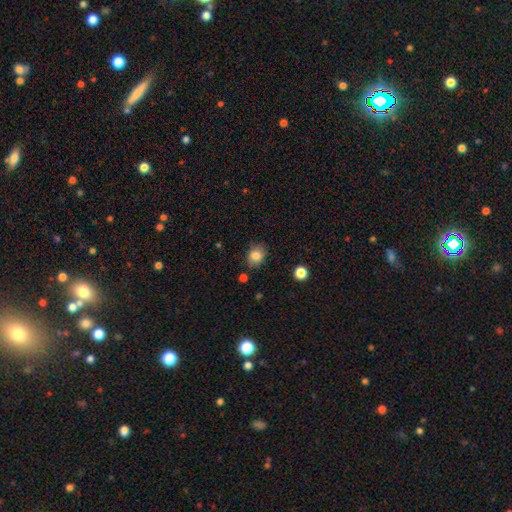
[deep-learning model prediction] Q: Smooth or featured?
A: smooth (83%); runner-up: star or artifact (10%)
Q: How rounded?
A: round (54%); runner-up: in between (45%)
Q: Merging?
A: none (78%); runner-up: minor disturbance (16%)